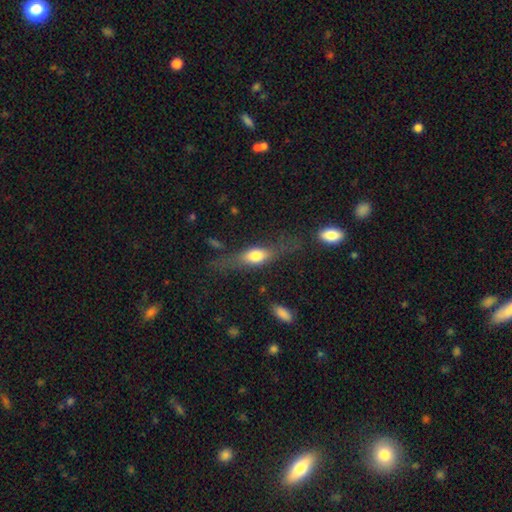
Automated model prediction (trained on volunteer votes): This appears to be a smooth galaxy with no disk features (55%) that is in between round and cigar-shaped (50%). Merging: none (61%).